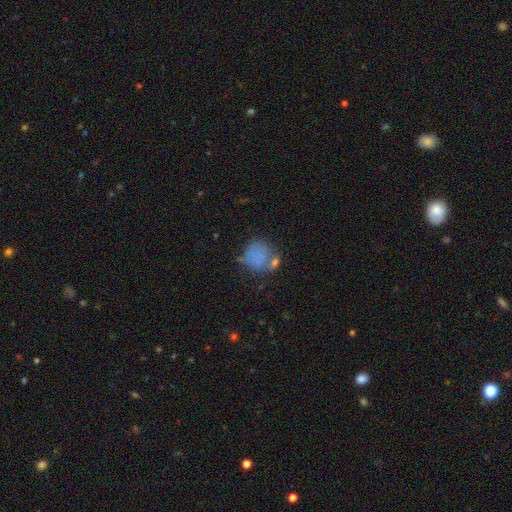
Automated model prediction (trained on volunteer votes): smooth-or-featured: smooth: 68% | featured or disk: 21% | star or artifact: 11%
  how-rounded: round: 81% | in between: 18% | cigar-shaped: 1%
  merging: none: 46% | minor disturbance: 22% | merger: 19% | major disturbance: 13%